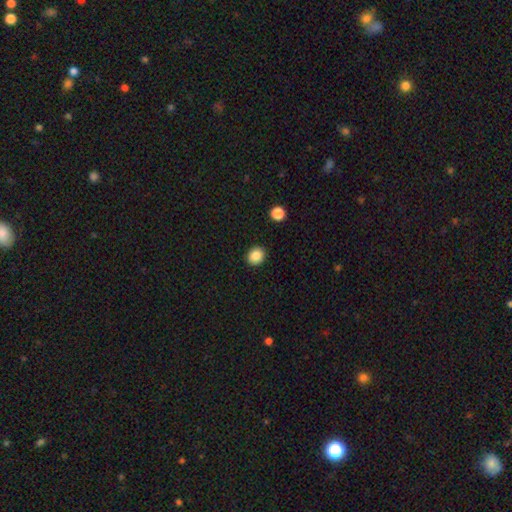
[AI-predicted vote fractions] smooth_or_featured: smooth (p=0.87) [alt: star or artifact p=0.10]
how_rounded: round (p=0.75) [alt: in between p=0.24]
merging: none (p=0.90) [alt: minor disturbance p=0.06]